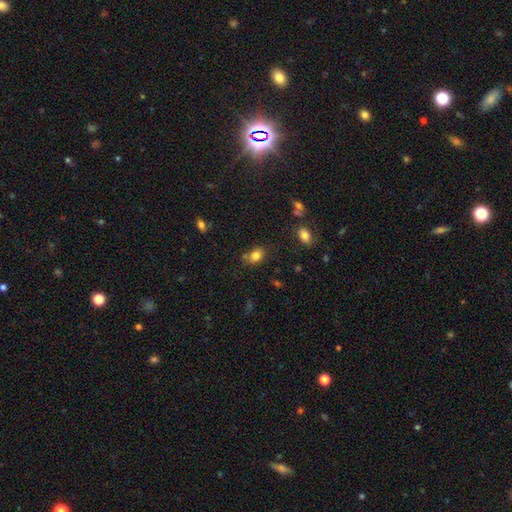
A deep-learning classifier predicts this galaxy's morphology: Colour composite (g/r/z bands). It shows a smooth galaxy with no disk features (81%) that is in between round and cigar-shaped (71%). Merging: none (64%).